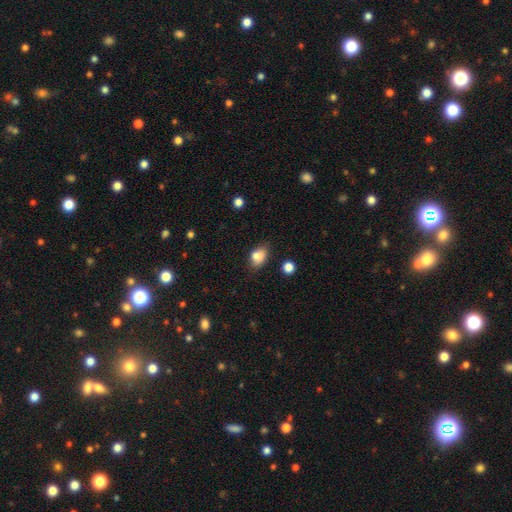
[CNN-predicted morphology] This is clearly a smooth galaxy (83%). How rounded: likely in between (78%). Merging: likely none (72%).